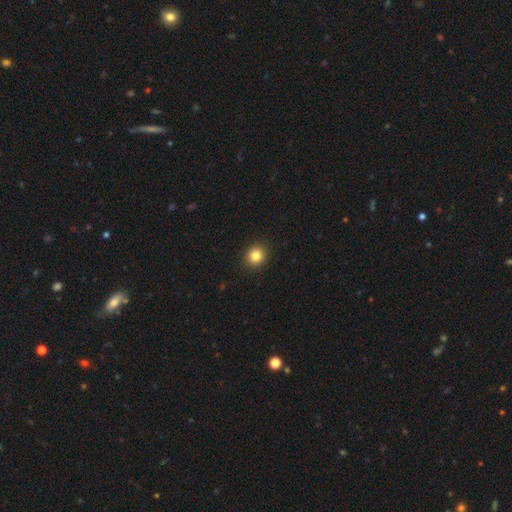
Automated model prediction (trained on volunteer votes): smooth 83%, star or artifact 11%, featured or disk 6%. Down the decision tree: how rounded — round (86%); merging — none (92%).